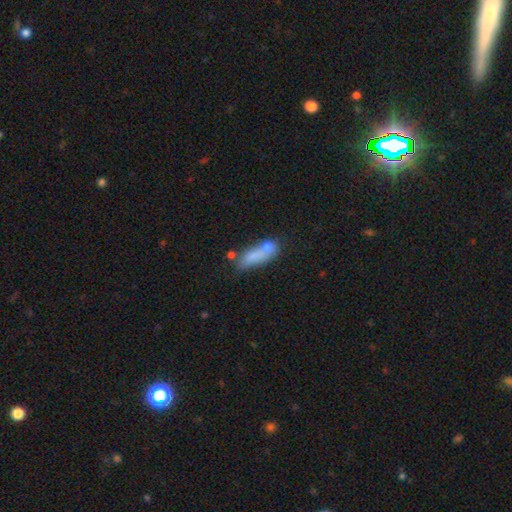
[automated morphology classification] Smooth or featured: smooth — 75% (featured or disk — 16%)
How rounded: in between — 50% (cigar-shaped — 47%)
Merging: none — 46% (merger — 24%)